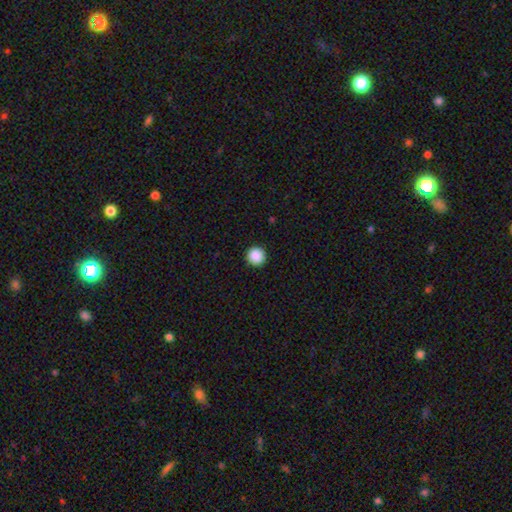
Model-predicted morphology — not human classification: A smooth galaxy with no disk features (89%) that is round (96%). Merging: none (93%).